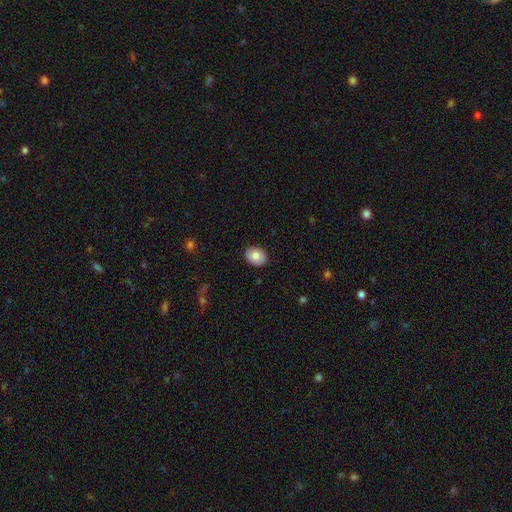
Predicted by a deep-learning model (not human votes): This appears to be a smooth galaxy with no disk features (79%) that is in between round and cigar-shaped (51%). Merging: none (89%).